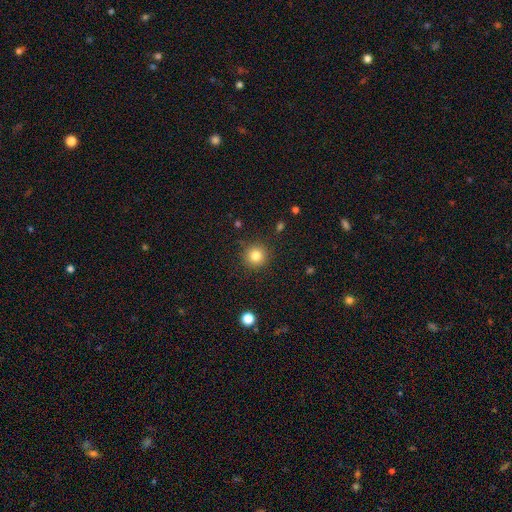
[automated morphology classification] A smooth galaxy with no disk features (82%) that is round (94%).

Vote fractions:
- Smooth or featured? smooth: 82% / star or artifact: 12% / featured or disk: 6%
- How rounded? round: 94% / in between: 5% / cigar-shaped: 1%
- Merging? none: 90% / minor disturbance: 7% / major disturbance: 2% / merger: 1%